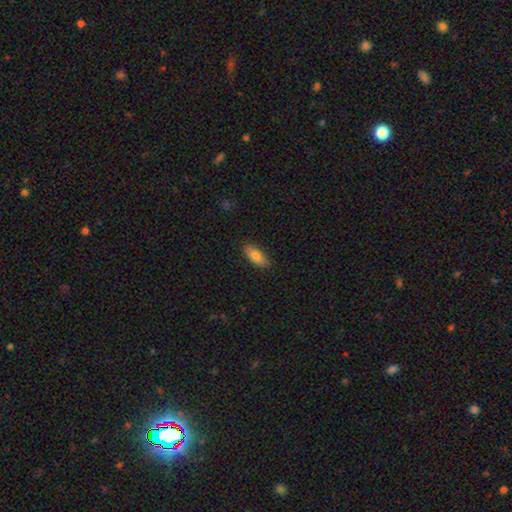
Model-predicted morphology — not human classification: smooth_or_featured: smooth (p=0.82) [alt: featured or disk p=0.12]
how_rounded: in between (p=0.82) [alt: cigar-shaped p=0.16]
merging: none (p=0.85) [alt: minor disturbance p=0.12]